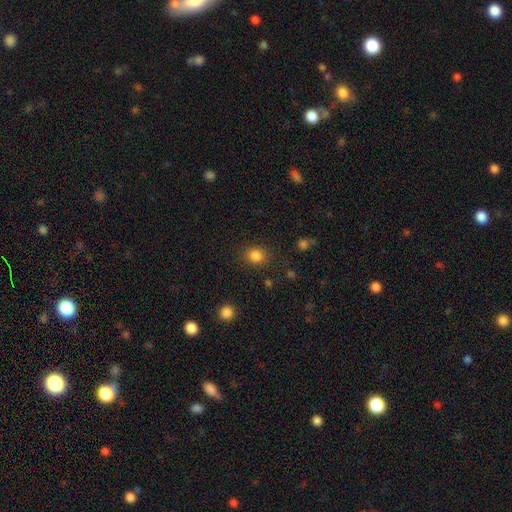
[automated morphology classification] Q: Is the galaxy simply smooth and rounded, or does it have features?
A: smooth — 84%.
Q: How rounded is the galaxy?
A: round — 70%.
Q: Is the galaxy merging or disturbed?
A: none — 84%.